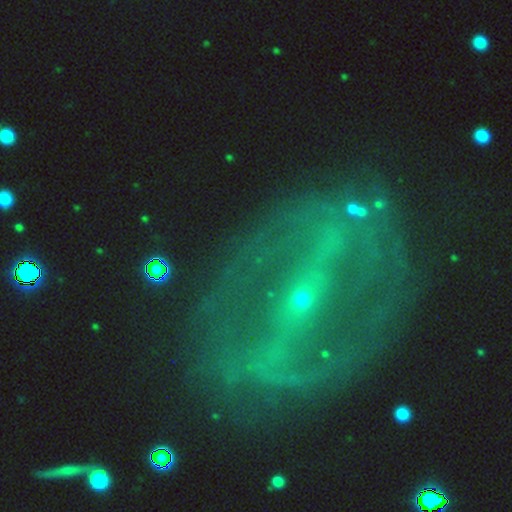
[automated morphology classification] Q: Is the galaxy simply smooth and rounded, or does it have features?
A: featured or disk — 79%.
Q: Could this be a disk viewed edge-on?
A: no — 92%.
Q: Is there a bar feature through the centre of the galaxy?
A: strong — 52%.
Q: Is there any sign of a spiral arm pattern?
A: yes — 63%.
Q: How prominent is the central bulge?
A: small — 77%.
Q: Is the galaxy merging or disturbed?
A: none — 74%.